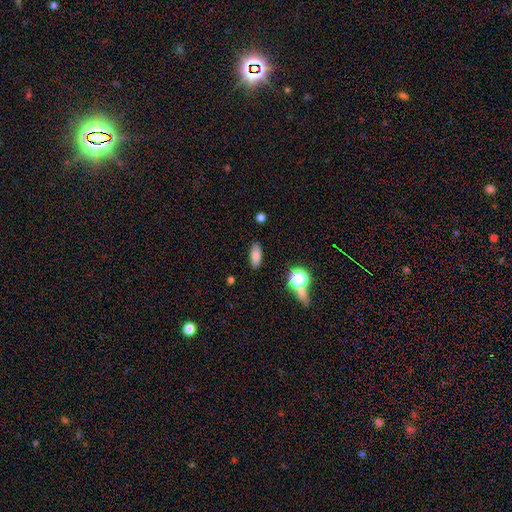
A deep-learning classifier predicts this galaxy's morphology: Q: Smooth or featured?
A: smooth (79%); runner-up: star or artifact (12%)
Q: How rounded?
A: in between (83%); runner-up: cigar-shaped (13%)
Q: Merging?
A: none (85%); runner-up: minor disturbance (10%)